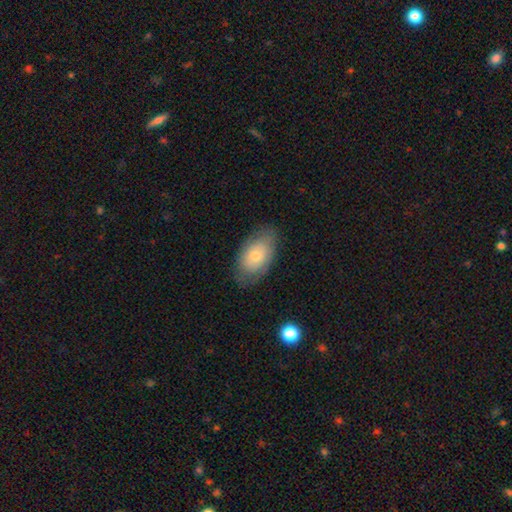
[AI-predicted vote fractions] Q: Smooth or featured?
A: smooth (63%); runner-up: featured or disk (30%)
Q: How rounded?
A: in between (92%); runner-up: round (6%)
Q: Merging?
A: none (77%); runner-up: minor disturbance (17%)